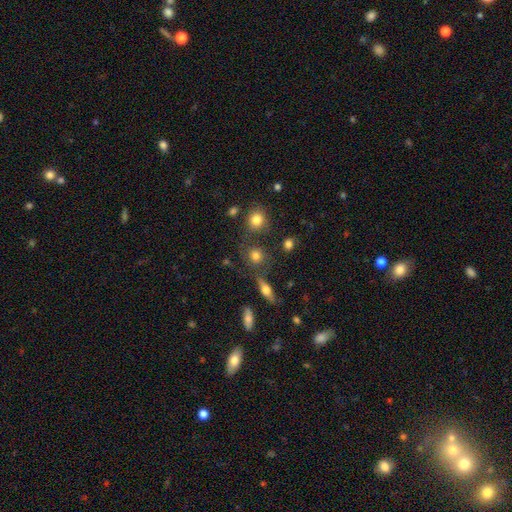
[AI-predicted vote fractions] Overall: smooth (75%). How rounded: round (84%). Merging: none (70%).